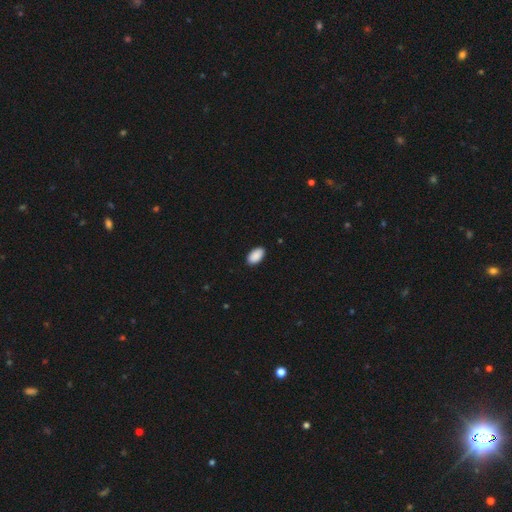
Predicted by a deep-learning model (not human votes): Smooth or featured: smooth — 90% (star or artifact — 7%)
How rounded: in between — 95% (round — 4%)
Merging: none — 88% (minor disturbance — 9%)